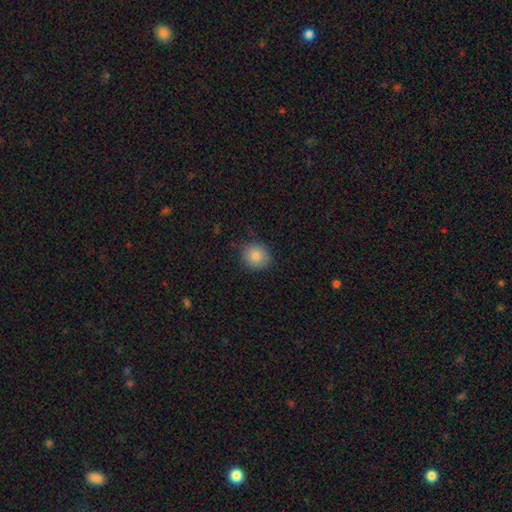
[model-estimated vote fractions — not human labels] A smooth galaxy with no disk features (81%) that is round (89%). Merging: none (82%).